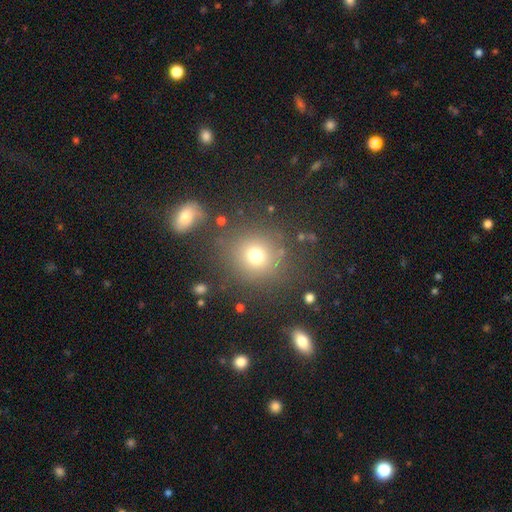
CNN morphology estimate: This appears to be a smooth galaxy with no disk features (73%) that is round (87%). Merging: none (80%).